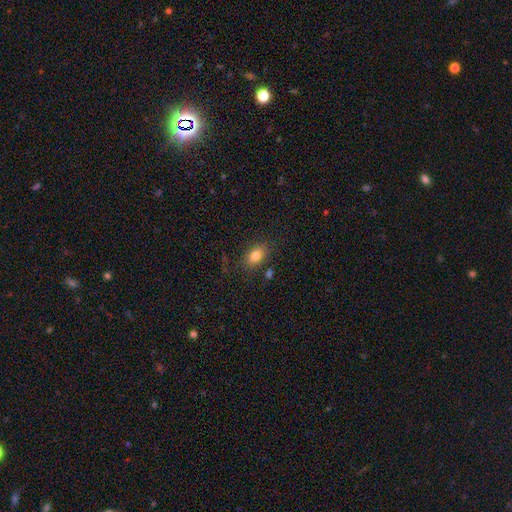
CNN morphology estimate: smooth-or-featured: smooth: 81% | featured or disk: 10% | star or artifact: 9%
  how-rounded: in between: 84% | round: 13% | cigar-shaped: 2%
  merging: none: 80% | minor disturbance: 12% | merger: 4% | major disturbance: 4%